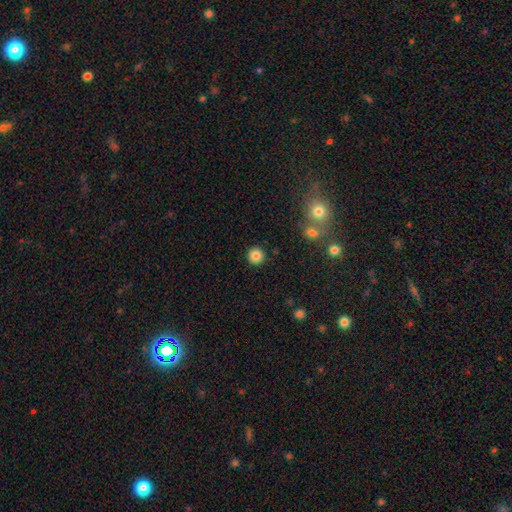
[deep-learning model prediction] This appears to be a smooth galaxy with no disk features (84%) that is round (94%). Merging: none (90%).